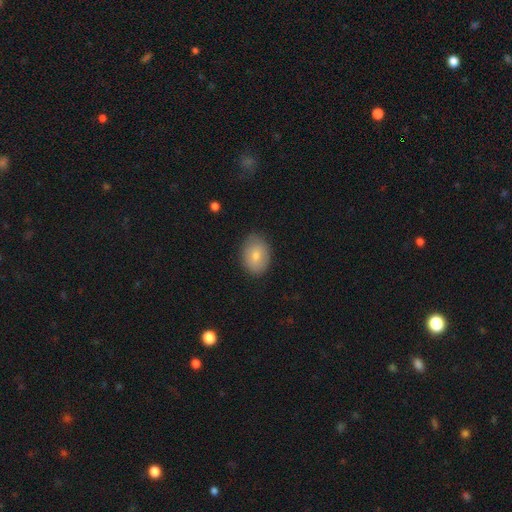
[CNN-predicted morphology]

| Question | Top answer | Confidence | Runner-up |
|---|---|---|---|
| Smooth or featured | smooth | 78% | featured or disk (15%) |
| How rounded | in between | 73% | round (26%) |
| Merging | none | 82% | minor disturbance (14%) |